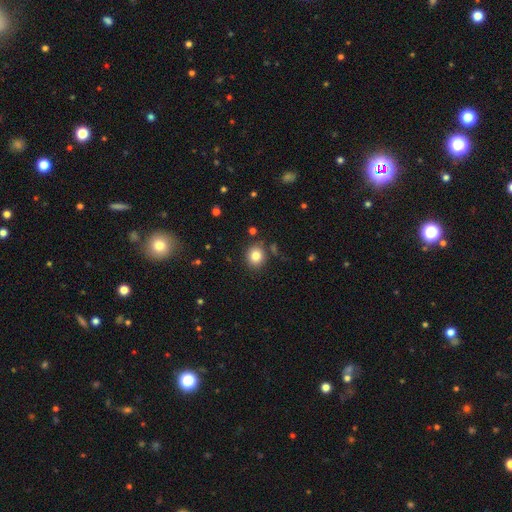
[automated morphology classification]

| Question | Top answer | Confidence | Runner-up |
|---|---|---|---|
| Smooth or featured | smooth | 82% | star or artifact (11%) |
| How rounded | round | 76% | in between (23%) |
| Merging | none | 85% | minor disturbance (9%) |